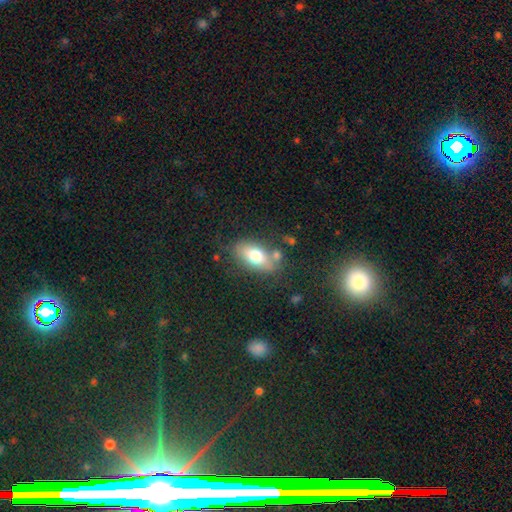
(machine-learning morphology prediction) Smooth or featured: smooth — 70% (featured or disk — 22%)
How rounded: in between — 87% (round — 7%)
Merging: none — 68% (minor disturbance — 17%)